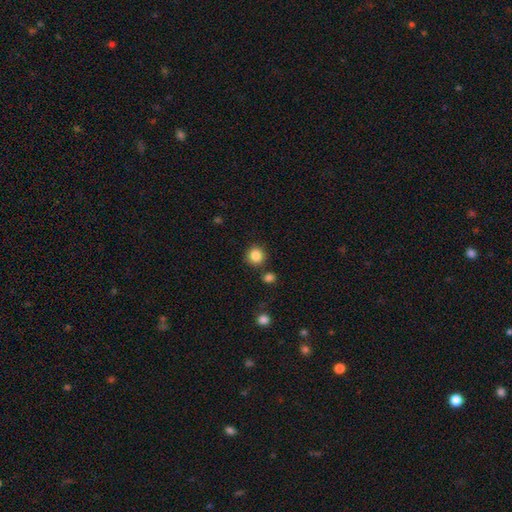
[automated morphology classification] Q: Smooth or featured?
A: smooth (86%); runner-up: star or artifact (10%)
Q: How rounded?
A: round (92%); runner-up: in between (7%)
Q: Merging?
A: none (84%); runner-up: minor disturbance (7%)